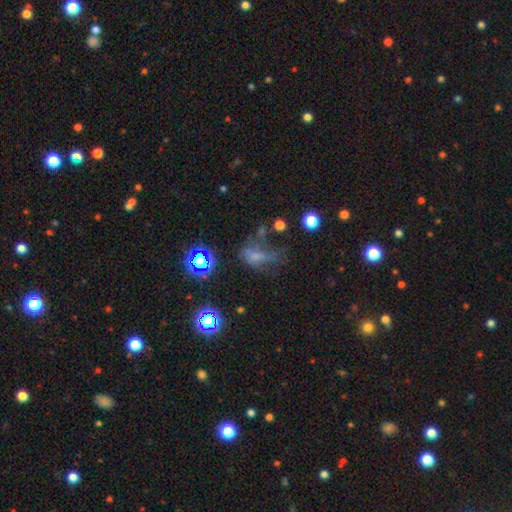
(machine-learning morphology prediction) Smooth or featured? smooth (45%)
Merging? major disturbance (42%)